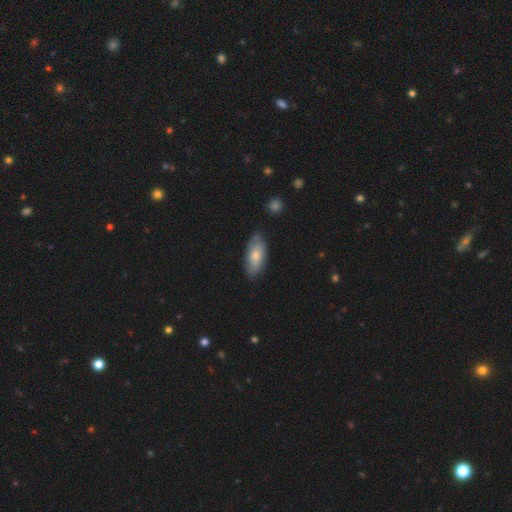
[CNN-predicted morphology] A smooth galaxy with no disk features (62%) that is in between round and cigar-shaped (88%).

Vote fractions:
- Smooth or featured? smooth: 62% / featured or disk: 32% / star or artifact: 6%
- How rounded? in between: 88% / cigar-shaped: 9% / round: 2%
- Merging? none: 77% / minor disturbance: 18% / major disturbance: 3% / merger: 2%